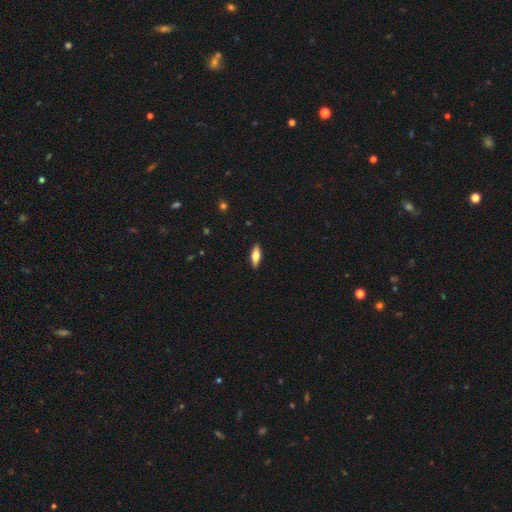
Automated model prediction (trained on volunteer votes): Smooth or featured? smooth (61%)
How rounded? in between (61%)
Merging? none (90%)